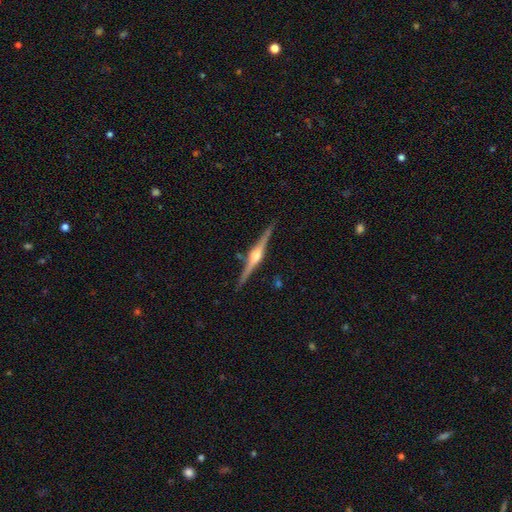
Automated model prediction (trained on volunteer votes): smooth-or-featured: featured or disk: 86% | smooth: 9% | star or artifact: 5%
  disk-edge-on: yes: 99% | no: 1%
    edge-on-bulge: rounded: 92% | boxy: 5% | none: 2%
  merging: none: 89% | minor disturbance: 7% | merger: 2% | major disturbance: 1%